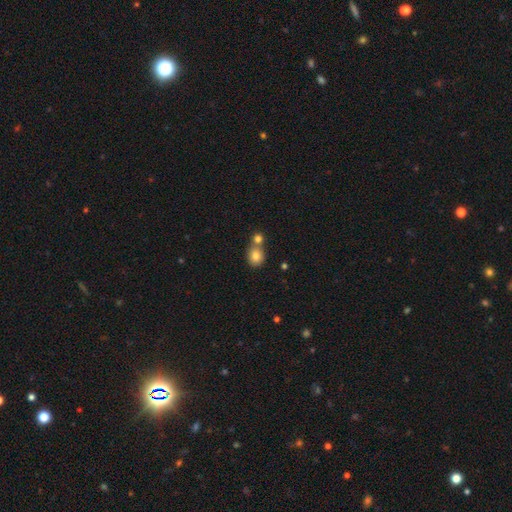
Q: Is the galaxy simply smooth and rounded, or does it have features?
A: smooth — 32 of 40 (80%).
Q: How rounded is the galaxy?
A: round — 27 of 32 (84%).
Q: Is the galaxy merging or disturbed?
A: none — 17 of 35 (49%).